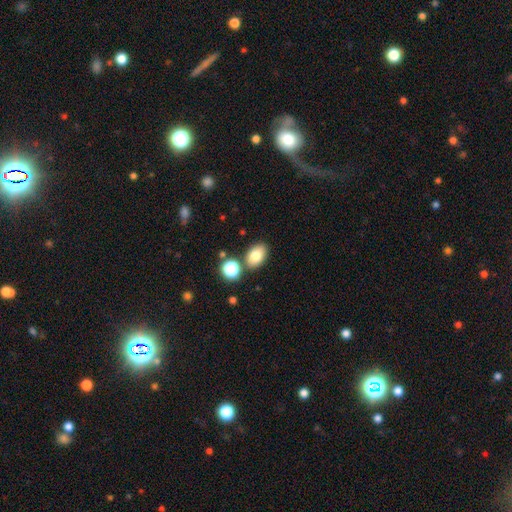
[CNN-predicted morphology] Smooth or featured? Predicted: smooth (p=0.80). How rounded? Predicted: in between (p=0.84). Merging? Predicted: none (p=0.77).